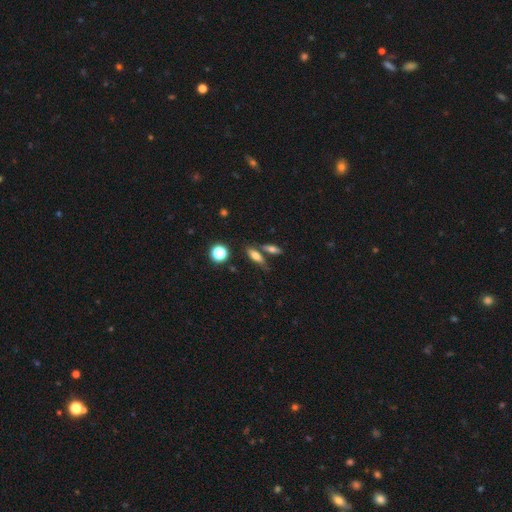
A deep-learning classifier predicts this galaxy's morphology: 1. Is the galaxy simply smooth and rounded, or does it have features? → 66% smooth, 22% featured or disk, 12% star or artifact.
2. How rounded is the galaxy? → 60% in between, 34% cigar-shaped, 6% round.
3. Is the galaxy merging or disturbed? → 61% none, 21% merger, 13% minor disturbance, 5% major disturbance.